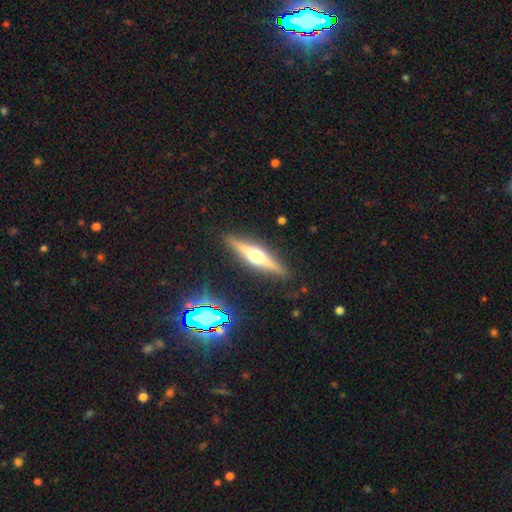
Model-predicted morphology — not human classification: Q: Smooth or featured?
A: featured or disk (72%); runner-up: smooth (21%)
Q: Edge-on disk?
A: yes (97%); runner-up: no (3%)
Q: Edge-on bulge?
A: rounded (94%); runner-up: boxy (4%)
Q: Merging?
A: none (89%); runner-up: minor disturbance (8%)